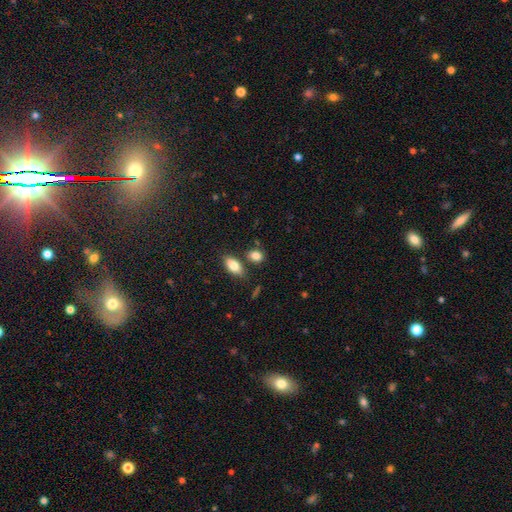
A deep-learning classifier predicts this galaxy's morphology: This appears to be a smooth galaxy with no disk features (84%) that is in between round and cigar-shaped (66%). Merging: none (69%).